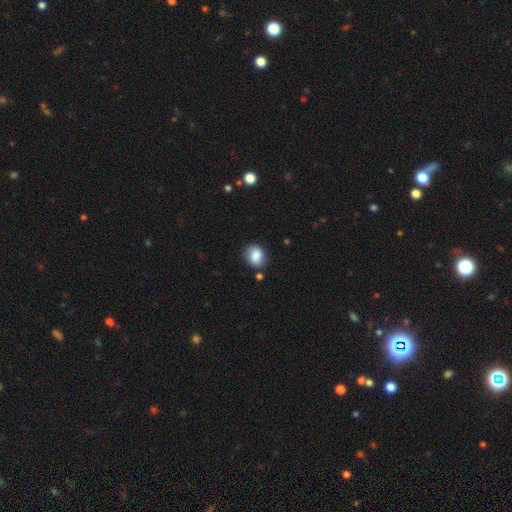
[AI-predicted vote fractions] This appears to be a smooth galaxy with no disk features (85%) that is round (50%). Merging: none (77%).